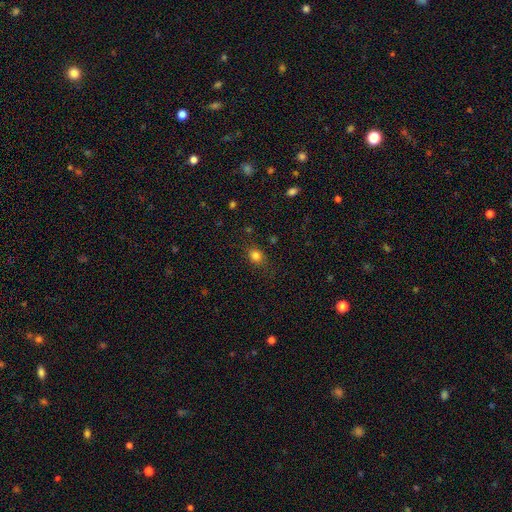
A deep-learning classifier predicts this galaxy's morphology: Smooth or featured: smooth — 81% (star or artifact — 13%)
How rounded: round — 57% (in between — 41%)
Merging: none — 78% (minor disturbance — 15%)